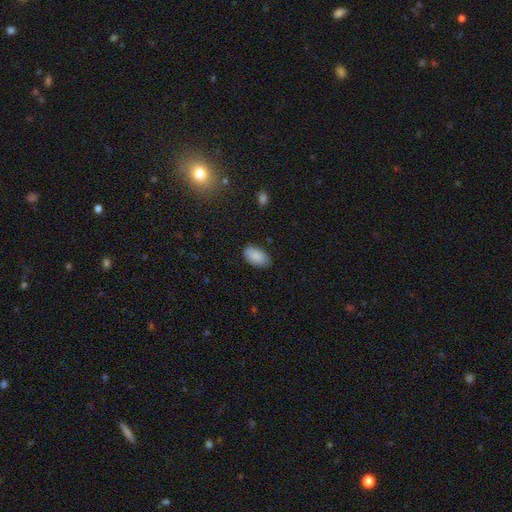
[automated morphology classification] This appears to be a smooth galaxy with no disk features (89%) that is in between round and cigar-shaped (95%). Merging: none (83%).